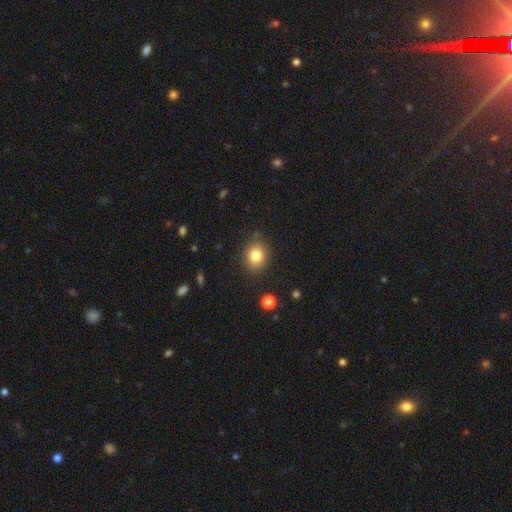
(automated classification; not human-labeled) Q: Smooth or featured?
A: smooth (82%); runner-up: star or artifact (11%)
Q: How rounded?
A: round (57%); runner-up: in between (42%)
Q: Merging?
A: none (84%); runner-up: minor disturbance (12%)